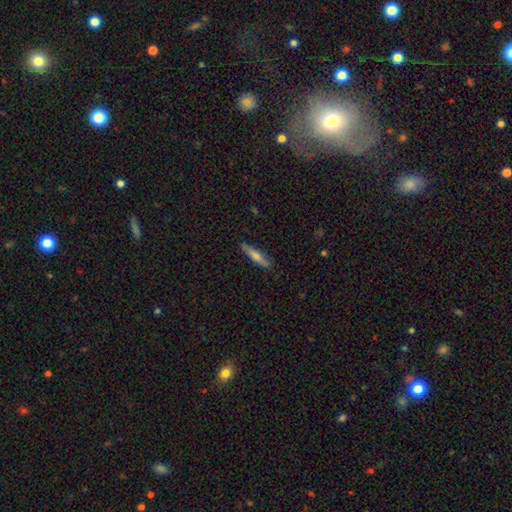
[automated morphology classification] A smooth galaxy with no disk features (58%) that is cigar-shaped (89%).

Vote fractions:
- Smooth or featured? smooth: 58% / featured or disk: 36% / star or artifact: 6%
- How rounded? cigar-shaped: 89% / in between: 9% / round: 1%
- Merging? none: 88% / minor disturbance: 9% / major disturbance: 2% / merger: 1%